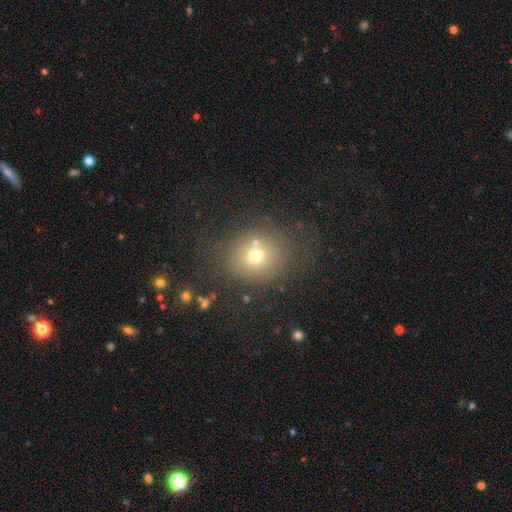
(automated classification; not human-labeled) This appears to be a smooth galaxy with no disk features (67%) that is round (71%). Merging: none (72%).